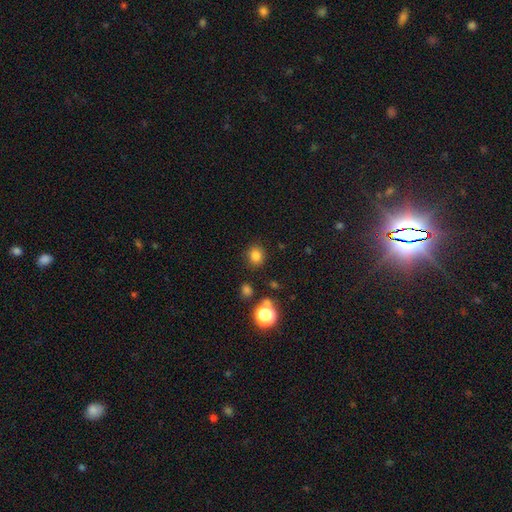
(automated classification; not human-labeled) Smooth or featured? Predicted: smooth (p=0.80). How rounded? Predicted: round (p=0.78). Merging? Predicted: none (p=0.86).